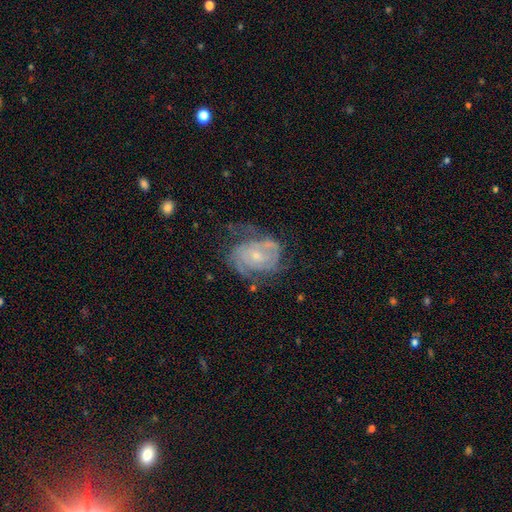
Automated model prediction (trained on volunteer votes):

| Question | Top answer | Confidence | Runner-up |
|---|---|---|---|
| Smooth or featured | featured or disk | 81% | smooth (13%) |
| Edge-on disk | no | 97% | yes (3%) |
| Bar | no | 66% | weak (28%) |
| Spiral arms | yes | 89% | no (11%) |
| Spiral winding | tight | 55% | medium (34%) |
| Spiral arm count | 2 | 41% | can't tell (32%) |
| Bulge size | small | 64% | moderate (30%) |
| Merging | none | 55% | minor disturbance (24%) |